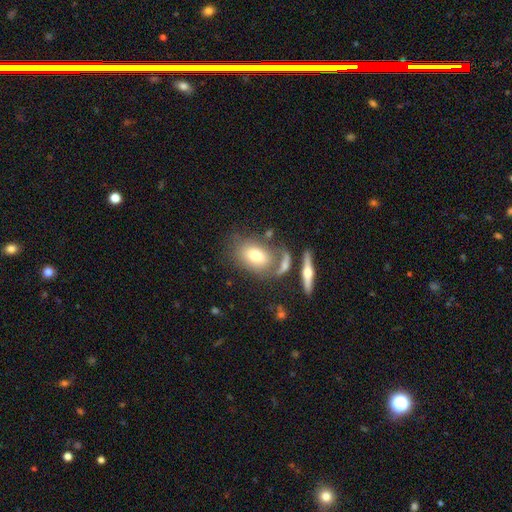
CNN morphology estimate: type=smooth (69%); roundness=in between (81%); merging=none (57%).